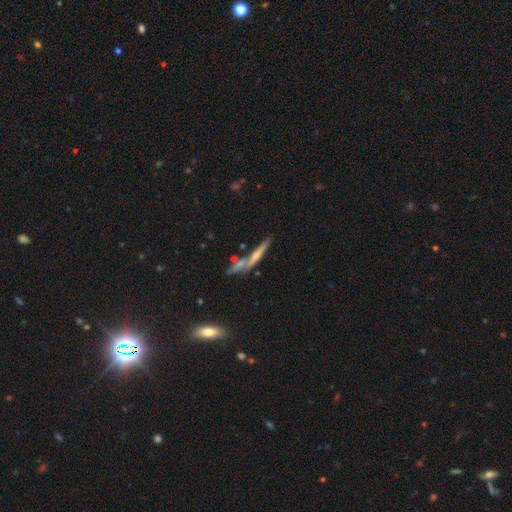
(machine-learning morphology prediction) Overall: featured or disk (46%, tied with smooth). Merging: none (59%; merger 22%).